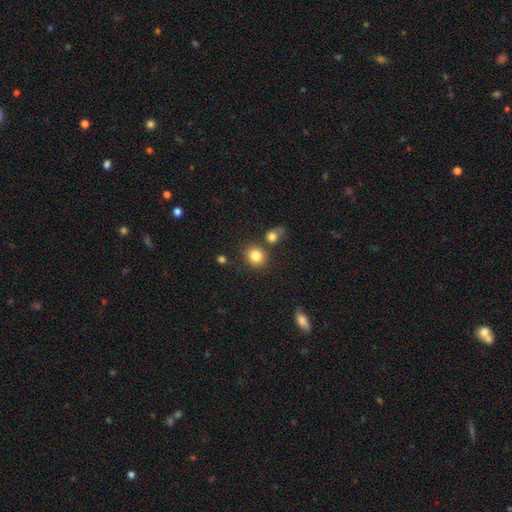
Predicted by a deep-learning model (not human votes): Smooth or featured? Predicted: smooth (p=0.83). How rounded? Predicted: round (p=0.81). Merging? Predicted: none (p=0.77).